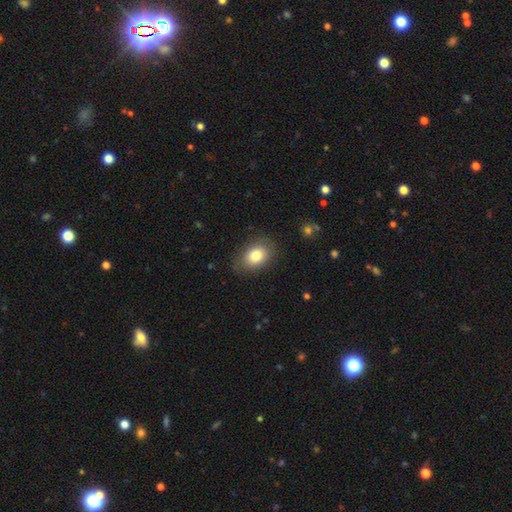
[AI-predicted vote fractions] Smooth or featured?
  - smooth: 81% *
  - featured or disk: 11%
  - star or artifact: 8%
How rounded?
  - in between: 79% *
  - round: 20%
  - cigar-shaped: 1%
Merging?
  - none: 82% *
  - minor disturbance: 13%
  - major disturbance: 4%
  - merger: 1%